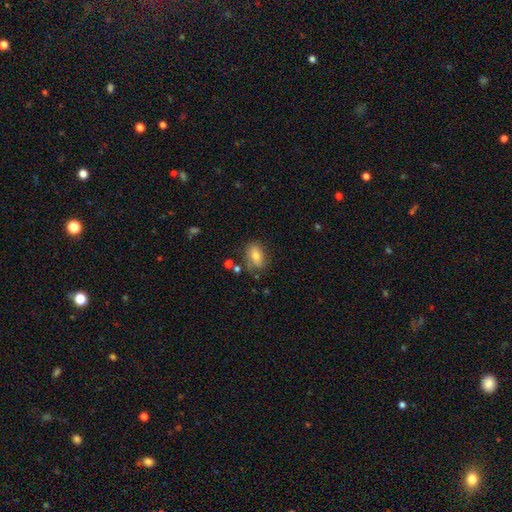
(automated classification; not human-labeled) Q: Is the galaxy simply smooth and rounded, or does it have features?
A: smooth — 74%.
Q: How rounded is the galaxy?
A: in between — 84%.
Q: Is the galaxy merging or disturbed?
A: none — 69%.